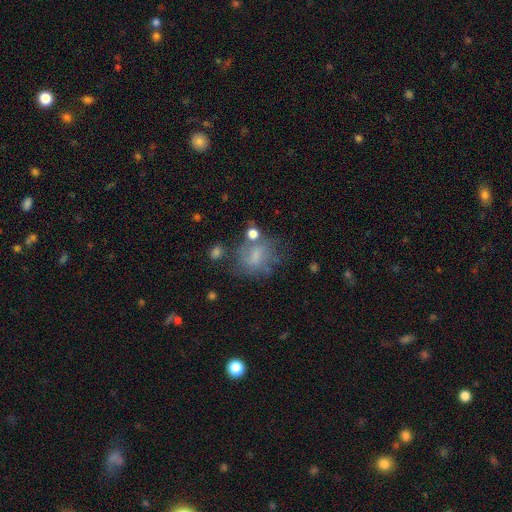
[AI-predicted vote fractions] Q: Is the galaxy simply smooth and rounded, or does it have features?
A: smooth — 54%.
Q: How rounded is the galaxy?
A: round — 52%.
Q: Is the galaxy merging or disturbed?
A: none — 46%.